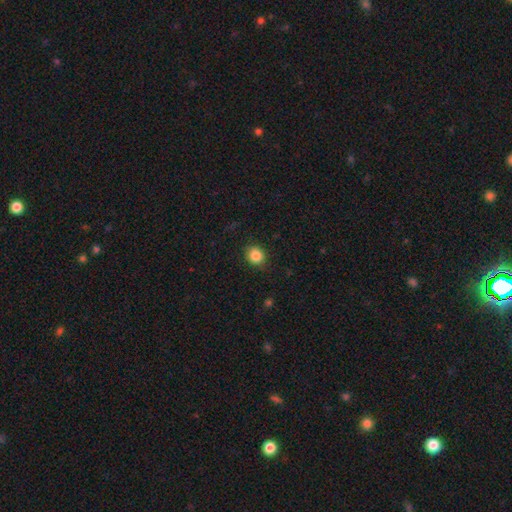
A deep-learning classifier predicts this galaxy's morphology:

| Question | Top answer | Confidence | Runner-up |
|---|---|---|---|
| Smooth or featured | smooth | 86% | star or artifact (10%) |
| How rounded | round | 72% | in between (27%) |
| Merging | none | 88% | minor disturbance (9%) |